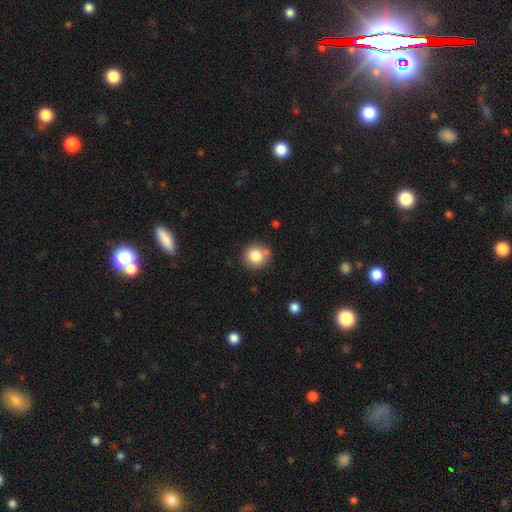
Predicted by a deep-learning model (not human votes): Smooth or featured: smooth — 83% (star or artifact — 10%)
How rounded: round — 92% (in between — 7%)
Merging: none — 79% (minor disturbance — 12%)